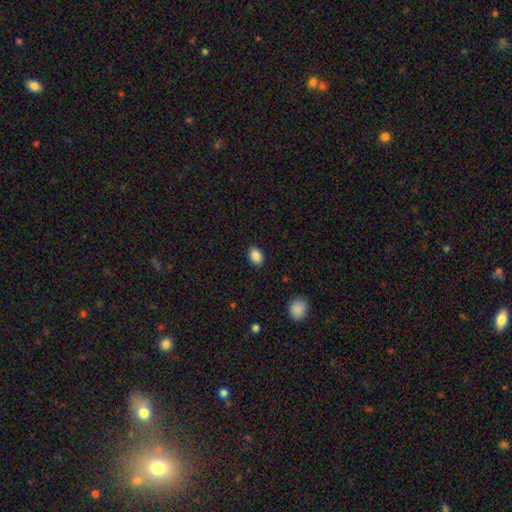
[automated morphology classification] Smooth or featured? Predicted: smooth (p=0.87). How rounded? Predicted: in between (p=0.69). Merging? Predicted: none (p=0.89).